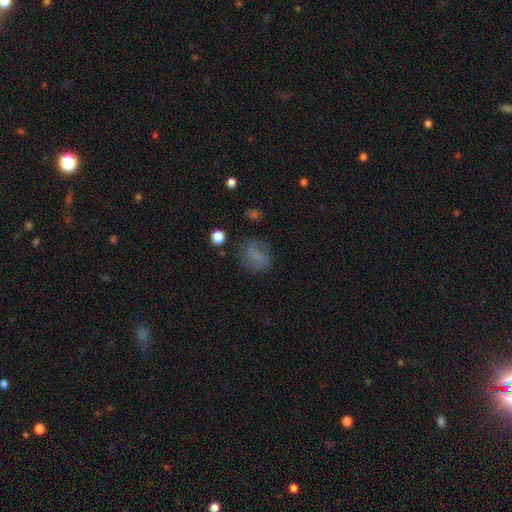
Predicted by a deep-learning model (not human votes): Q: Smooth or featured?
A: smooth (57%); runner-up: featured or disk (29%)
Q: How rounded?
A: round (65%); runner-up: in between (34%)
Q: Merging?
A: none (73%); runner-up: minor disturbance (17%)